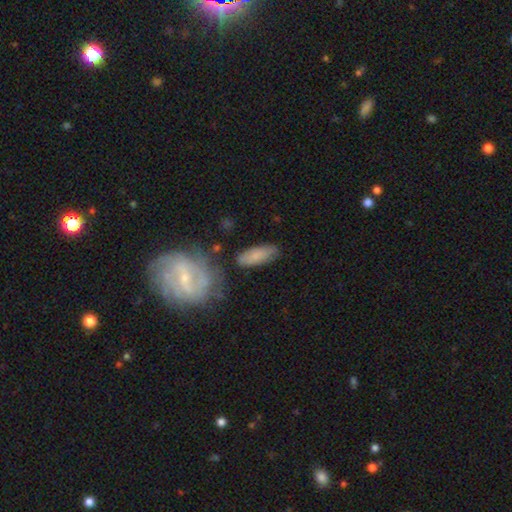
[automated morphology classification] Smooth or featured? smooth (71%)
How rounded? in between (66%)
Merging? none (72%)